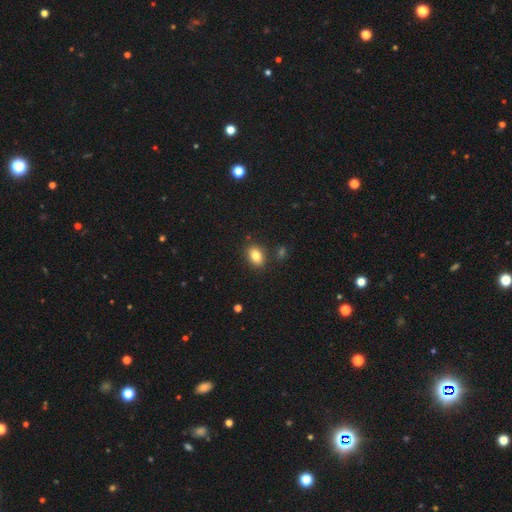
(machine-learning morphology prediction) Smooth or featured? Predicted: smooth (p=0.82). How rounded? Predicted: in between (p=0.70). Merging? Predicted: none (p=0.84).